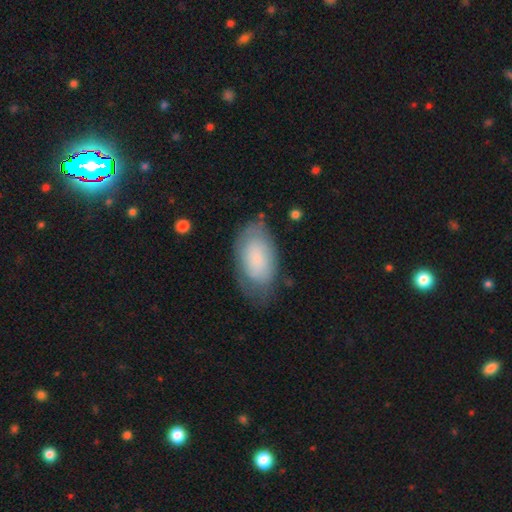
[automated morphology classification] type=smooth (72%); roundness=in between (95%); merging=none (67%).